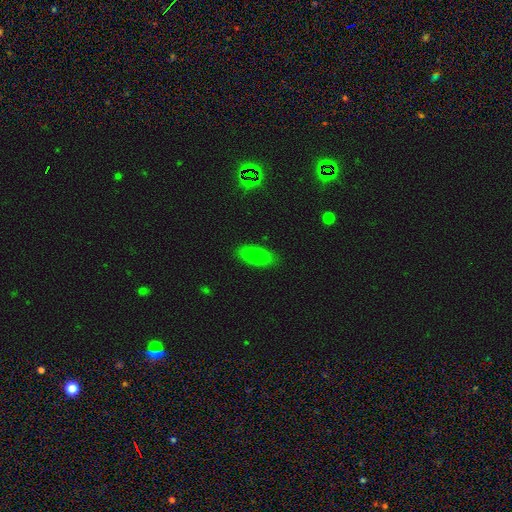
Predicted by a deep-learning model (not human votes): The model was most divided on "how rounded": in between: 78%, cigar-shaped: 20%, round: 3%. More confident: merging — none (87%); smooth or featured — smooth (83%).